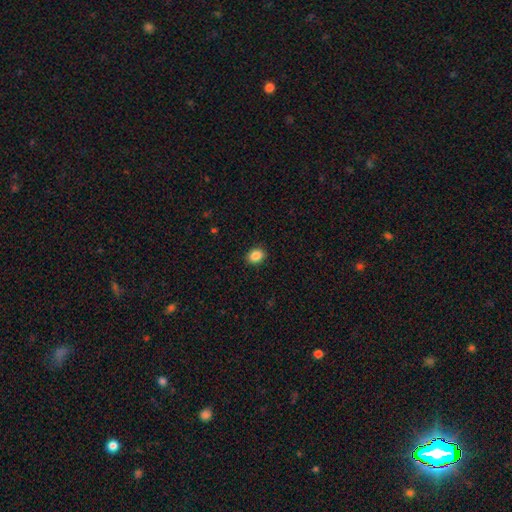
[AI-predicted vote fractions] Smooth or featured: smooth — 87% (star or artifact — 9%)
How rounded: in between — 52% (round — 47%)
Merging: none — 90% (minor disturbance — 7%)